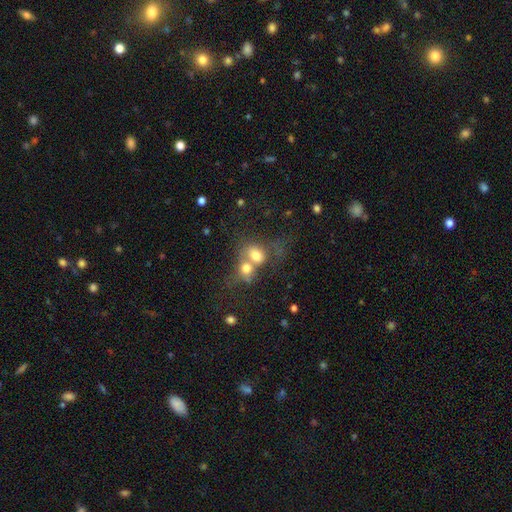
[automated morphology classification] The model was most divided on "how rounded": in between: 52%, round: 46%, cigar-shaped: 2%. More confident: merging — merger (73%); smooth or featured — smooth (69%).